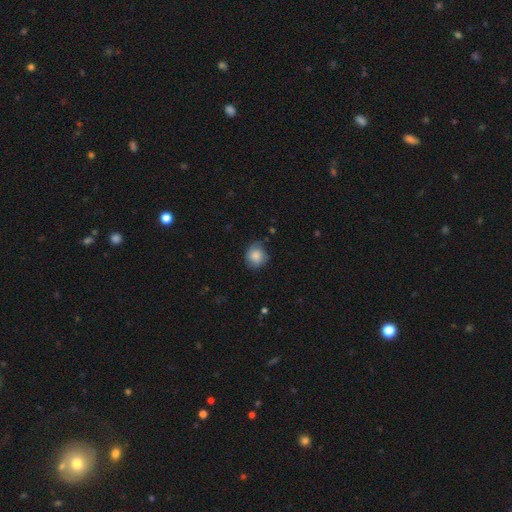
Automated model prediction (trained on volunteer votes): This is likely a smooth galaxy (77%). How rounded: likely round (79%). Merging: likely none (64%).